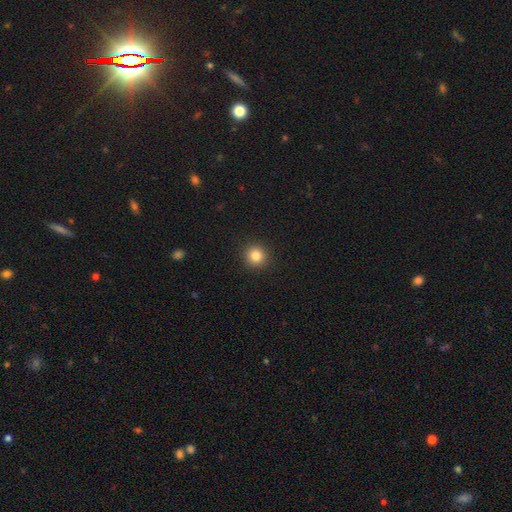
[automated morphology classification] This appears to be a smooth galaxy with no disk features (83%) that is round (94%). Merging: none (92%).